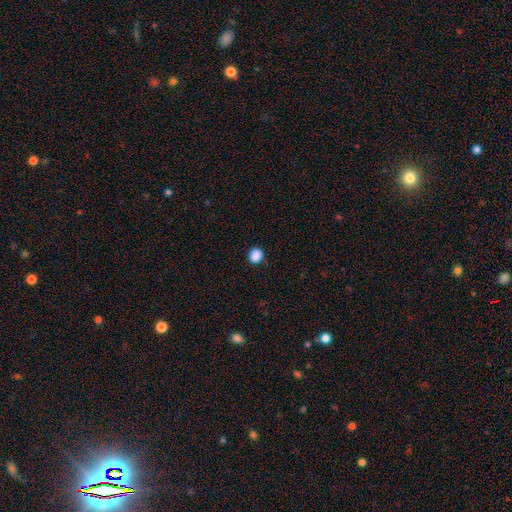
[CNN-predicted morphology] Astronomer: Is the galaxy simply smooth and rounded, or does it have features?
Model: smooth — 88%.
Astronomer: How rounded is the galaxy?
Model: round — 80%.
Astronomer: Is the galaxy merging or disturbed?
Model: none — 87%.